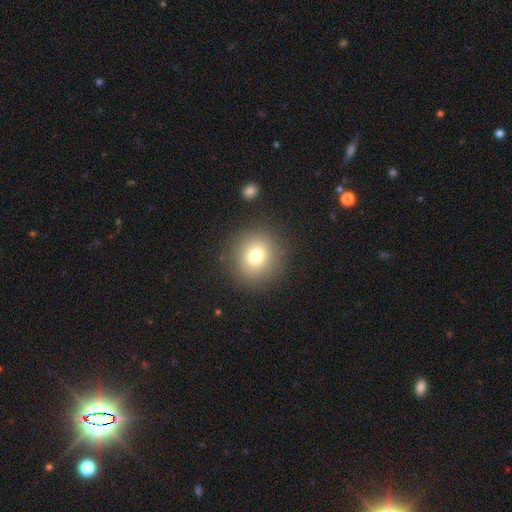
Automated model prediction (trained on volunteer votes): smooth_or_featured: smooth (p=0.76) [alt: star or artifact p=0.13]
how_rounded: round (p=0.91) [alt: in between p=0.08]
merging: none (p=0.88) [alt: minor disturbance p=0.07]